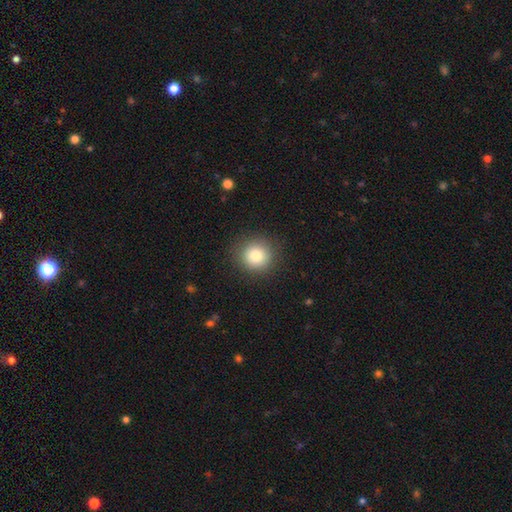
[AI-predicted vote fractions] The model was most divided on "smooth or featured": smooth: 81%, star or artifact: 11%, featured or disk: 9%. More confident: how rounded — round (93%); merging — none (89%).